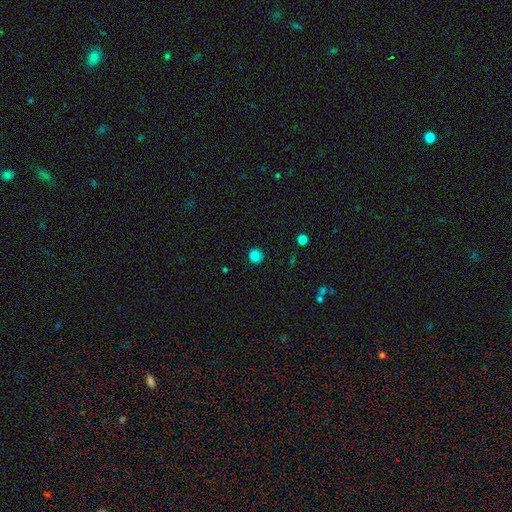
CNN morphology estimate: type=smooth (84%); roundness=round (92%); merging=none (88%).